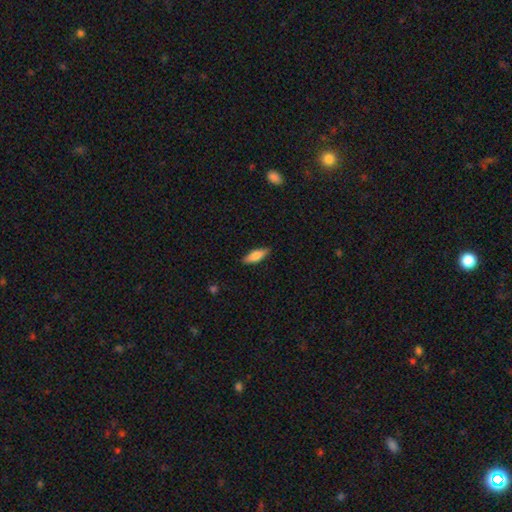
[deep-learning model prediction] Morphology: type=smooth (74%); roundness=in between (58%); merging=none (88%).